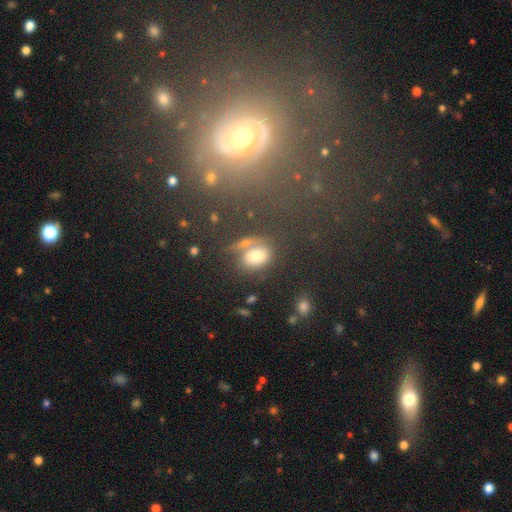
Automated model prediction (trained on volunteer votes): This is likely a smooth galaxy (71%). How rounded: clearly in between (80%). Merging: possibly none (51%).